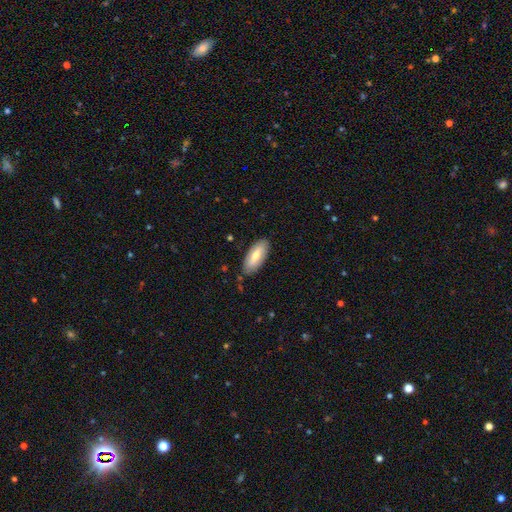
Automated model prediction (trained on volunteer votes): Smooth or featured? smooth (72%)
How rounded? in between (84%)
Merging? none (84%)